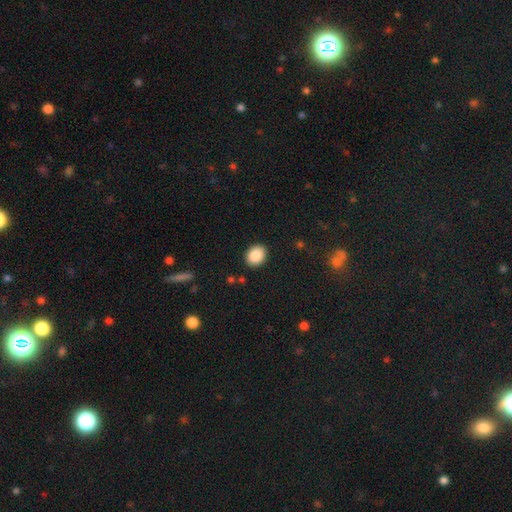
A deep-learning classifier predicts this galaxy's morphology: Overall: smooth (88%). How rounded: in between (53%; round 46%). Merging: none (89%).